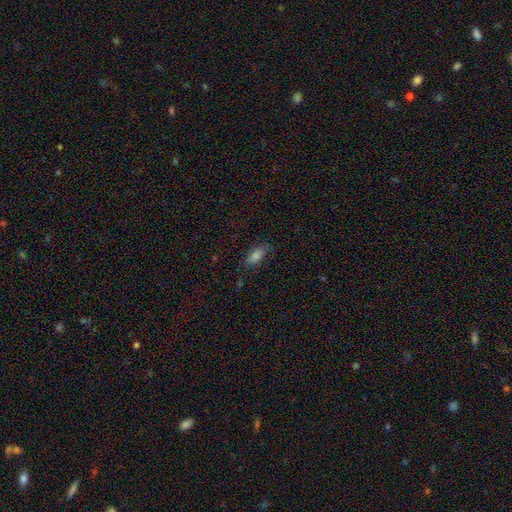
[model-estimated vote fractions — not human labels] Q: Smooth or featured?
A: smooth (74%); runner-up: featured or disk (14%)
Q: How rounded?
A: in between (83%); runner-up: cigar-shaped (13%)
Q: Merging?
A: none (75%); runner-up: minor disturbance (19%)